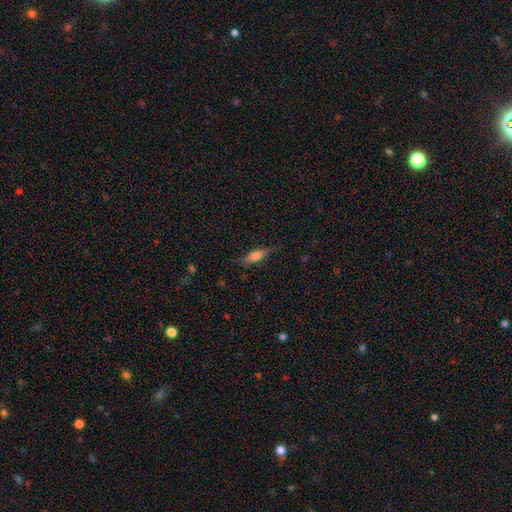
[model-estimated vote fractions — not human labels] A smooth galaxy with no disk features (59%) that is cigar-shaped (53%).

Vote fractions:
- Smooth or featured? smooth: 59% / featured or disk: 33% / star or artifact: 8%
- How rounded? cigar-shaped: 53% / in between: 44% / round: 3%
- Merging? none: 76% / minor disturbance: 18% / major disturbance: 4% / merger: 1%